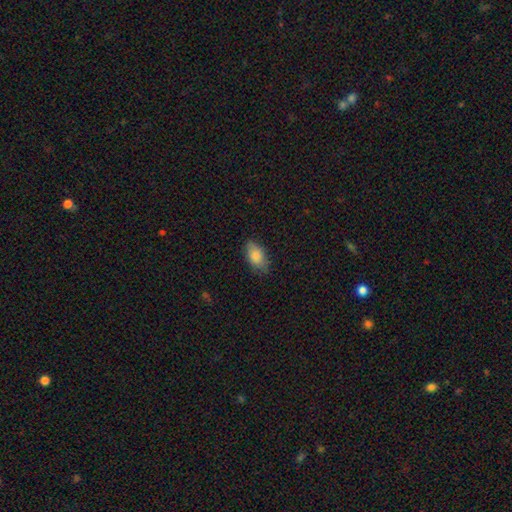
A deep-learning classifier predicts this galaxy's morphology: This is clearly a smooth galaxy (83%). How rounded: clearly in between (92%). Merging: likely none (78%).